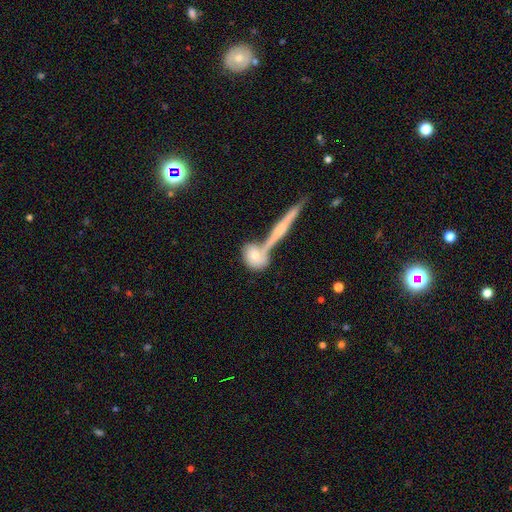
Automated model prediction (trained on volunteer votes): Smooth or featured: smooth — 66% (featured or disk — 27%)
How rounded: in between — 51% (round — 31%)
Merging: none — 41% (merger — 39%)